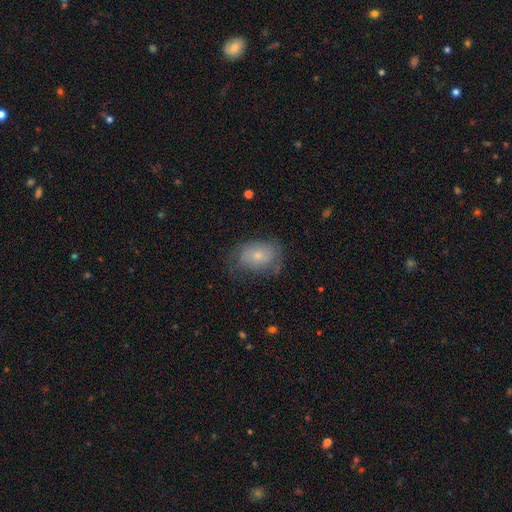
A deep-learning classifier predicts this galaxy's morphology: type=smooth (61%); roundness=in between (76%); merging=none (56%).